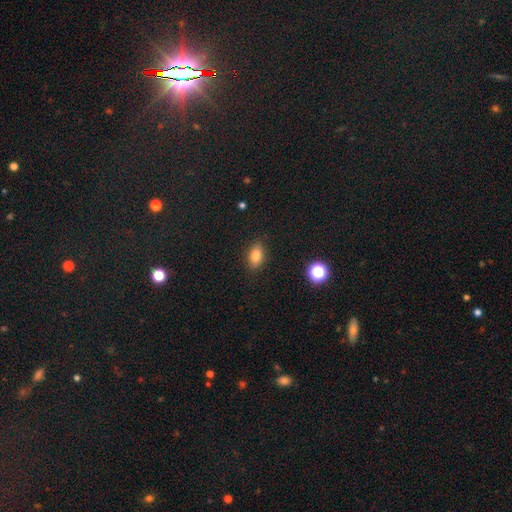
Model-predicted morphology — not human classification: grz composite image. It shows a smooth galaxy with no disk features (80%) that is in between round and cigar-shaped (83%). Merging: none (87%).